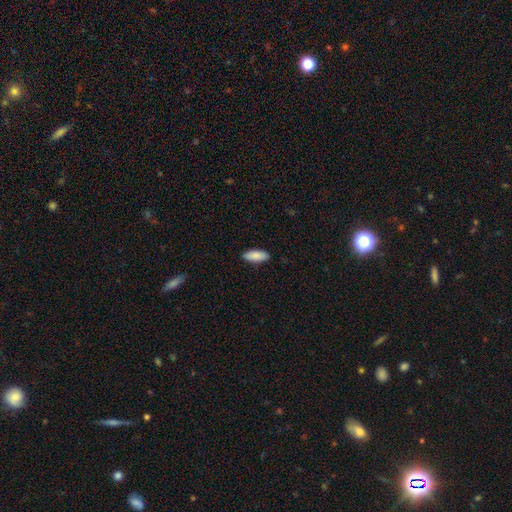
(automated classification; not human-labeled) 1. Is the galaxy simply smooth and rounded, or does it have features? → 89% smooth, 6% featured or disk, 6% star or artifact.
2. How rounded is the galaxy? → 75% in between, 23% cigar-shaped, 2% round.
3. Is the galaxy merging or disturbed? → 89% none, 8% minor disturbance, 2% major disturbance, 1% merger.